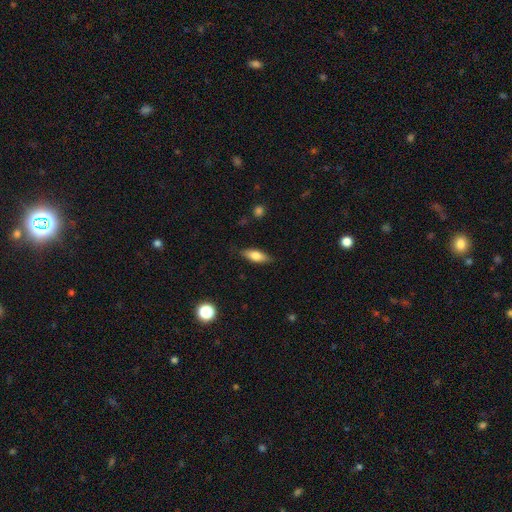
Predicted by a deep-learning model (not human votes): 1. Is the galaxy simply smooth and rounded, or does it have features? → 68% smooth, 25% featured or disk, 7% star or artifact.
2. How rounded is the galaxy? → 66% in between, 31% cigar-shaped, 3% round.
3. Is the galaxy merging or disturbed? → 84% none, 12% minor disturbance, 2% major disturbance, 1% merger.